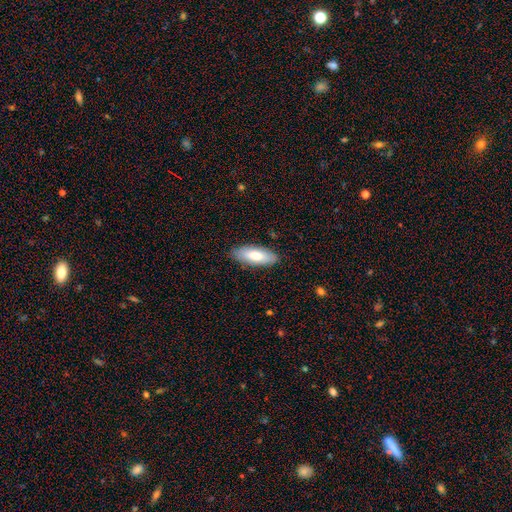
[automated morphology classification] smooth_or_featured: smooth (p=0.74) [alt: featured or disk p=0.20]
how_rounded: in between (p=0.79) [alt: cigar-shaped p=0.19]
merging: none (p=0.86) [alt: minor disturbance p=0.11]